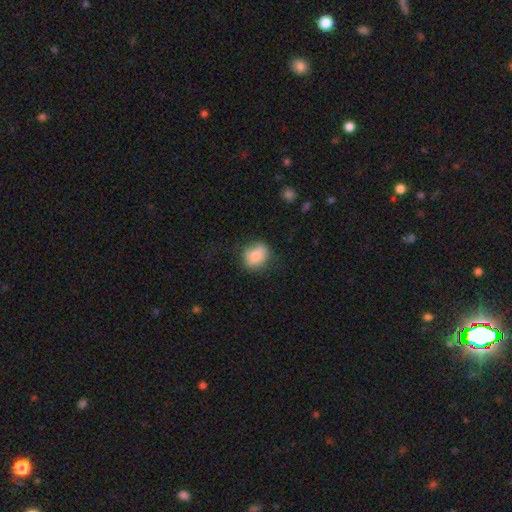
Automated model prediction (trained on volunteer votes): The model was most divided on "how rounded": in between: 52%, round: 47%, cigar-shaped: 1%. More confident: smooth or featured — smooth (83%); merging — none (64%).